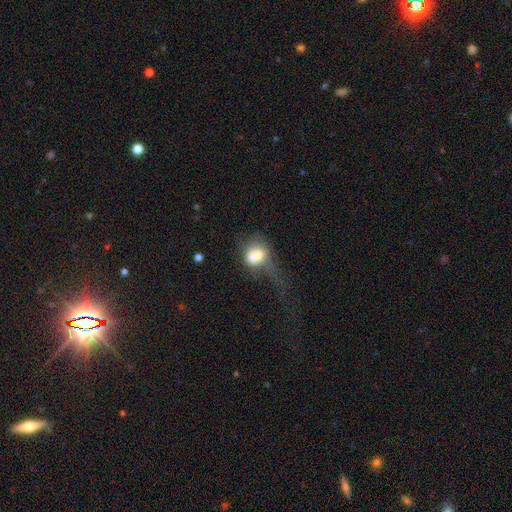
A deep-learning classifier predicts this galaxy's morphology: Overall: smooth (64%; featured or disk 26%). How rounded: round (63%; in between 36%). Merging: merger (51%; major disturbance 19%).